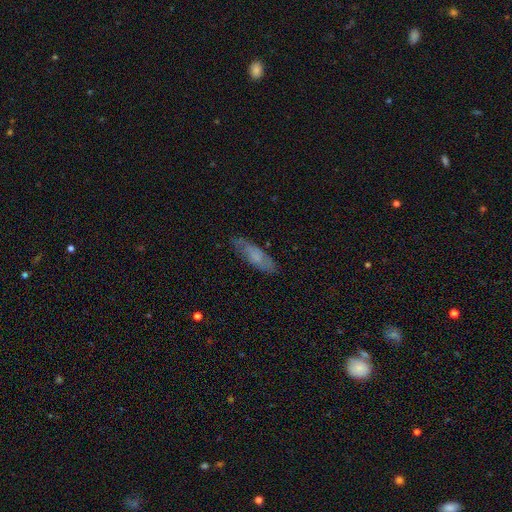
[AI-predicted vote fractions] smooth-or-featured: smooth: 53% | featured or disk: 38% | star or artifact: 8%
  how-rounded: in between: 49% (tied) | cigar-shaped: 49% (tied) | round: 2%
  merging: none: 76% | minor disturbance: 18% | major disturbance: 5% | merger: 2%